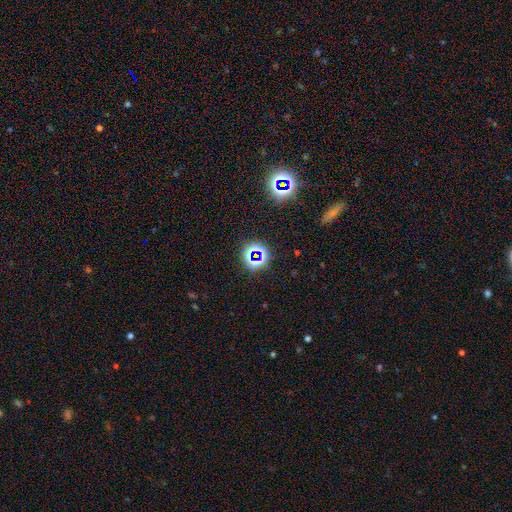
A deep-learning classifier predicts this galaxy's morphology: A star or artifact, not a galaxy (70%).

Vote fractions:
- Smooth or featured? star or artifact: 70% / smooth: 21% / featured or disk: 9%